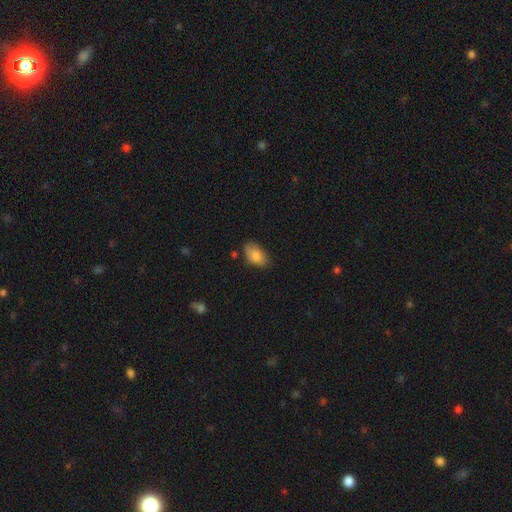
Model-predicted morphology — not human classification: Smooth or featured? Predicted: smooth (p=0.80). How rounded? Predicted: in between (p=0.92). Merging? Predicted: none (p=0.72).